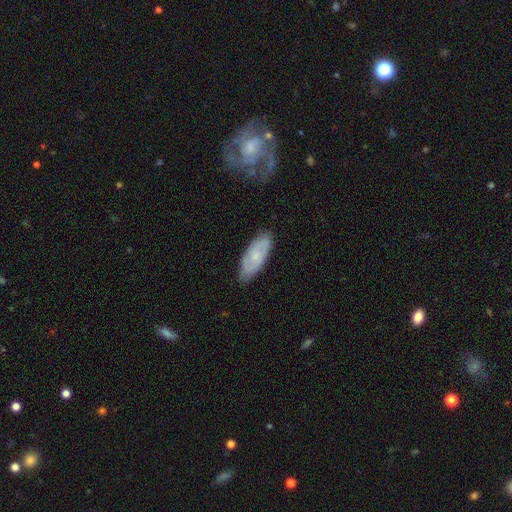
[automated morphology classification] smooth-or-featured: smooth: 52% | featured or disk: 41% | star or artifact: 7%
  how-rounded: in between: 76% | cigar-shaped: 22% | round: 2%
  merging: none: 80% | minor disturbance: 15% | major disturbance: 3% | merger: 2%